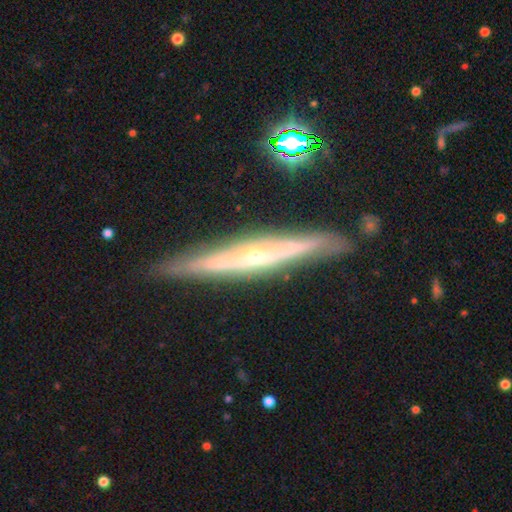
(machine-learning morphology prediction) featured or disk 77%, smooth 15%, star or artifact 8%. Down the decision tree: edge-on disk — yes (93%); edge-on bulge — rounded (62%); merging — none (85%).